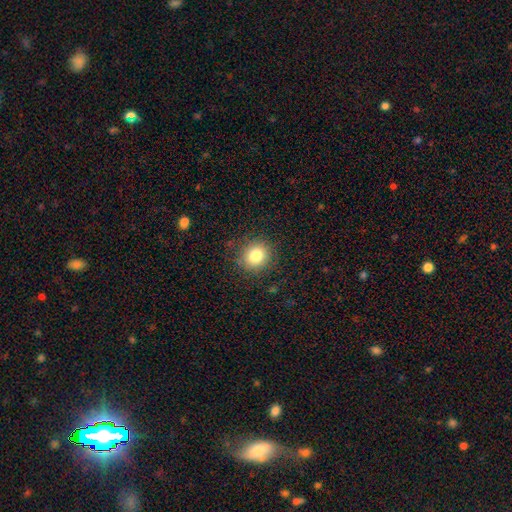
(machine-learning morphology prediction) Smooth or featured: smooth — 82% (star or artifact — 11%)
How rounded: round — 82% (in between — 17%)
Merging: none — 87% (minor disturbance — 9%)